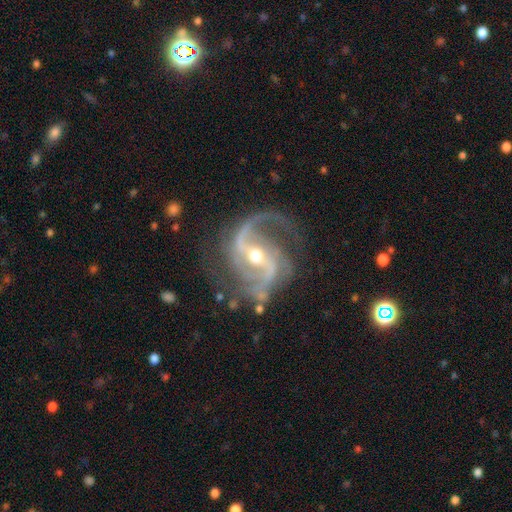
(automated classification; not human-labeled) Q: Smooth or featured?
A: featured or disk (92%); runner-up: star or artifact (6%)
Q: Edge-on disk?
A: no (98%); runner-up: yes (2%)
Q: Bar?
A: strong (41%); runner-up: weak (37%)
Q: Spiral arms?
A: yes (98%); runner-up: no (2%)
Q: Spiral winding?
A: medium (54%); runner-up: loose (32%)
Q: Spiral arm count?
A: 2 (82%); runner-up: 3 (8%)
Q: Bulge size?
A: moderate (57%); runner-up: small (39%)
Q: Merging?
A: none (69%); runner-up: minor disturbance (18%)